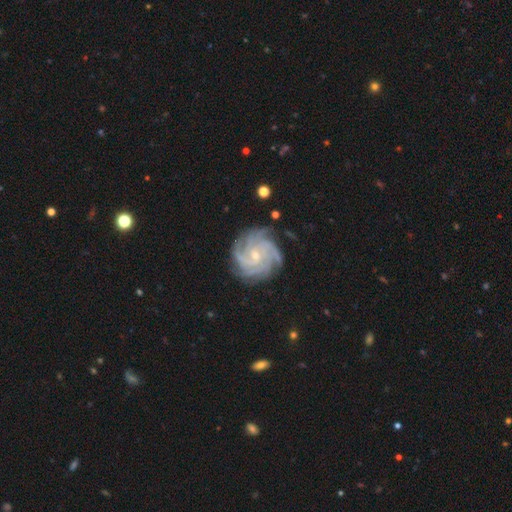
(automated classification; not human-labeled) featured or disk 89%, star or artifact 6%, smooth 5%. Down the decision tree: edge-on disk — no (98%); bar — no (64%); spiral arms — yes (98%); spiral arm count — 4 (32%); spiral winding — tight (75%); bulge size — small (74%); merging — none (82%).